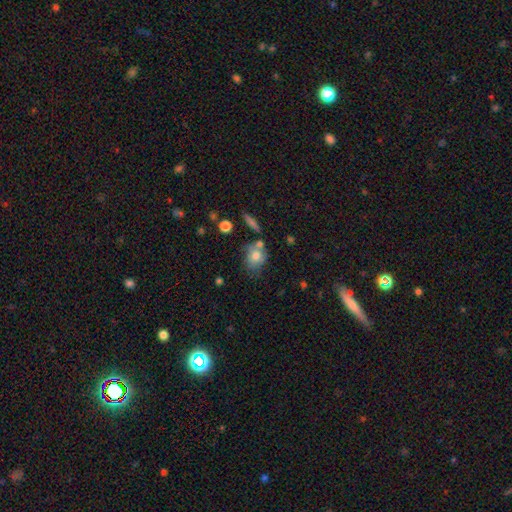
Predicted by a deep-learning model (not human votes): smooth_or_featured: smooth (p=0.74) [alt: featured or disk p=0.16]
how_rounded: round (p=0.62) [alt: in between p=0.36]
merging: none (p=0.54) [alt: minor disturbance p=0.20]